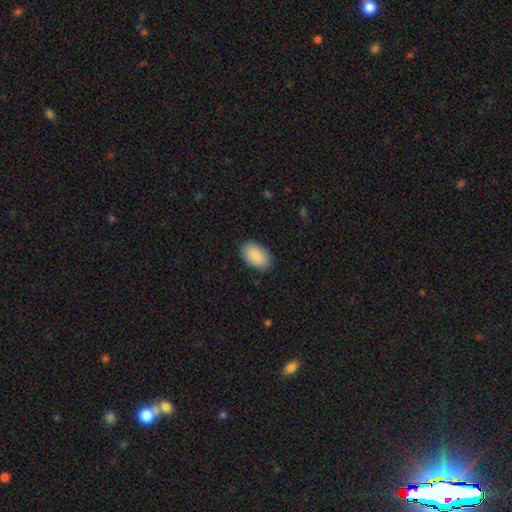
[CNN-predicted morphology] The model was most divided on "merging": none: 87%, minor disturbance: 10%, major disturbance: 2%, merger: 1%. More confident: how rounded — in between (94%); smooth or featured — smooth (88%).